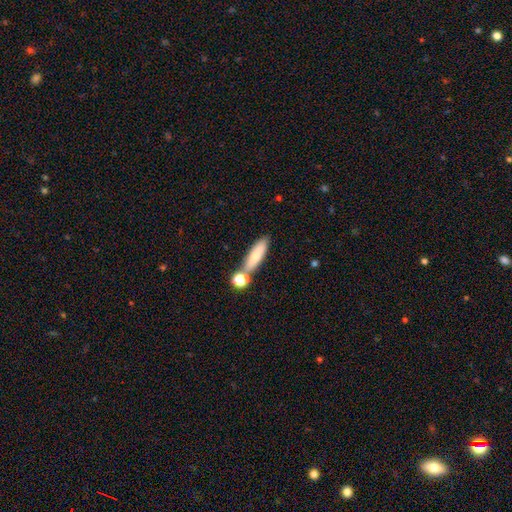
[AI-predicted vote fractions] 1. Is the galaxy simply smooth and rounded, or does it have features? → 75% smooth, 17% featured or disk, 7% star or artifact.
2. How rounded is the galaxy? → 63% cigar-shaped, 34% in between, 3% round.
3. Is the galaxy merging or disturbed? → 64% none, 19% merger, 13% minor disturbance, 4% major disturbance.